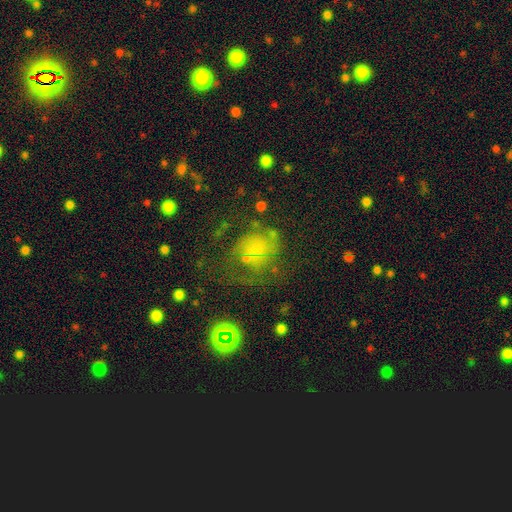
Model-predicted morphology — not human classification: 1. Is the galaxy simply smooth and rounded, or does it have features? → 40% smooth, 39% featured or disk, 20% star or artifact.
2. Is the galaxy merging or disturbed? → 46% none, 29% major disturbance, 21% minor disturbance, 5% merger.